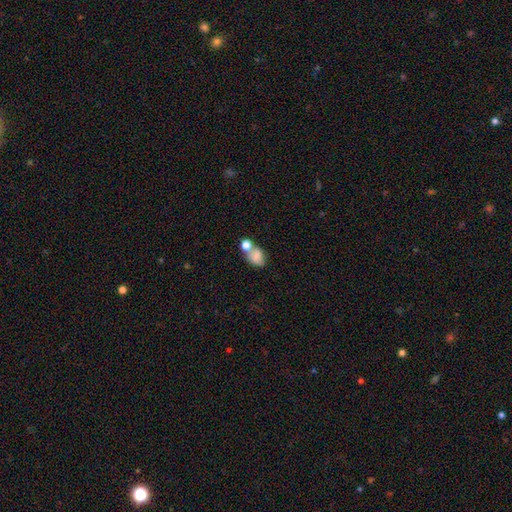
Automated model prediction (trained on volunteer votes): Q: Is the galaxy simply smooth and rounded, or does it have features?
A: smooth — 74%.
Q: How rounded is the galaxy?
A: in between — 73%.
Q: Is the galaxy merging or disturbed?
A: merger — 41%.